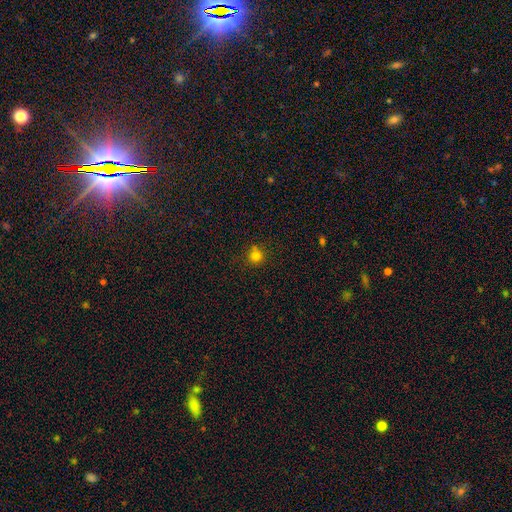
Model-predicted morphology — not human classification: Smooth or featured? Predicted: smooth (p=0.79). How rounded? Predicted: round (p=0.92). Merging? Predicted: none (p=0.75).